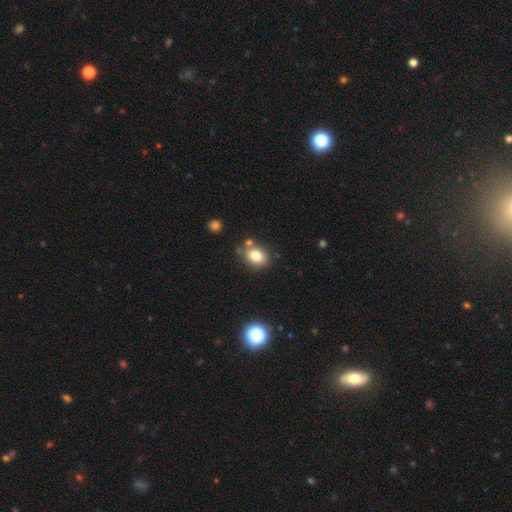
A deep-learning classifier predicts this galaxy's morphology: smooth-or-featured: smooth: 79% | star or artifact: 11% | featured or disk: 10%
  how-rounded: in between: 57% | round: 42% | cigar-shaped: 1%
  merging: none: 72% | minor disturbance: 13% | merger: 11% | major disturbance: 3%